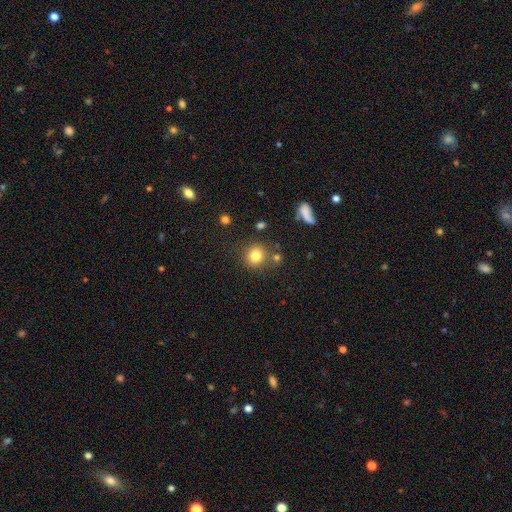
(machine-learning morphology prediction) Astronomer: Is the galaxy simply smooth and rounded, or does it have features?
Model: smooth — 81%.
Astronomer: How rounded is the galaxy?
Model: round — 87%.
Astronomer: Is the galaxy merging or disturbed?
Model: none — 78%.